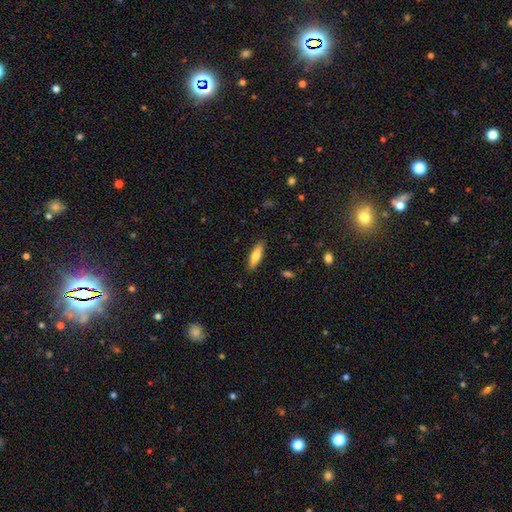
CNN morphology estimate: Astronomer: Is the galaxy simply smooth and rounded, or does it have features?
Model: smooth — 73%.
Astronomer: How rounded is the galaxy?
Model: cigar-shaped — 61% (runner-up: in between, 37%).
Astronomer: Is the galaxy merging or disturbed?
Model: none — 87%.